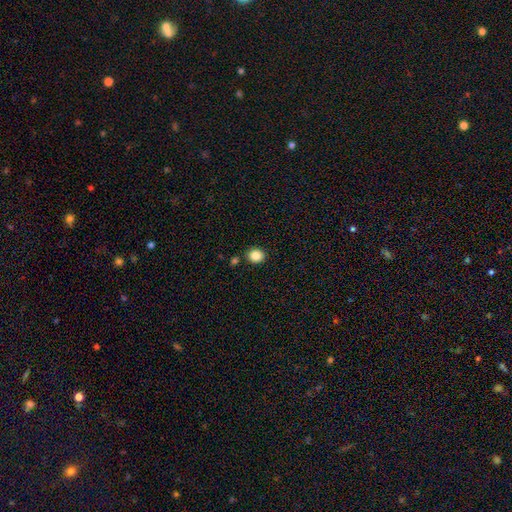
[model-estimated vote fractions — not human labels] smooth-or-featured: smooth: 86% | star or artifact: 10% | featured or disk: 4%
  how-rounded: round: 77% | in between: 23% | cigar-shaped: 1%
  merging: none: 86% | minor disturbance: 7% | merger: 4% | major disturbance: 2%